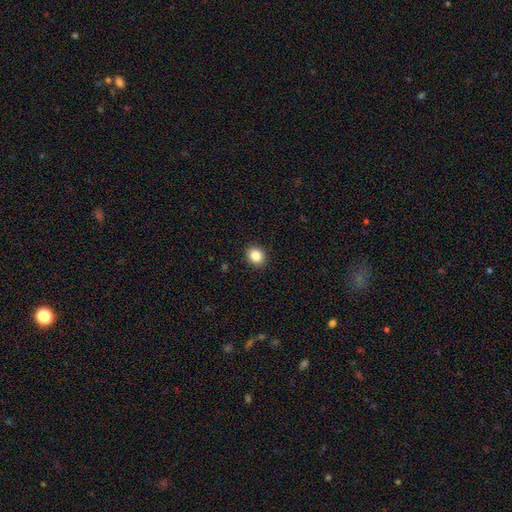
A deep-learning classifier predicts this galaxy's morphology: The model was most divided on "how rounded": round: 68%, in between: 32%, cigar-shaped: 1%. More confident: merging — none (91%); smooth or featured — smooth (85%).